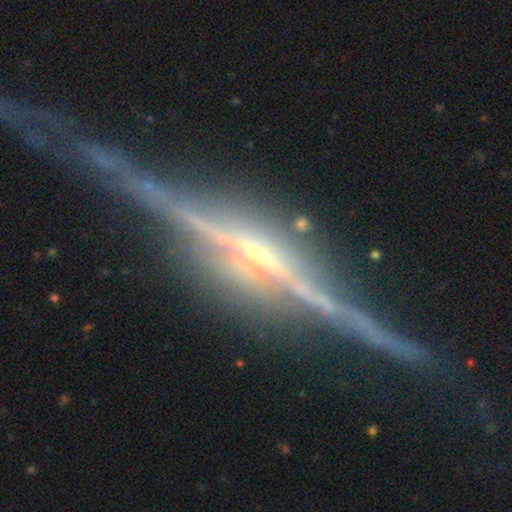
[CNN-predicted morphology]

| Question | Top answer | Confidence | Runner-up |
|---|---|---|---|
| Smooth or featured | featured or disk | 92% | star or artifact (5%) |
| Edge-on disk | yes | 98% | no (2%) |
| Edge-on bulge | rounded | 68% | boxy (20%) |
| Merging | none | 83% | minor disturbance (12%) |